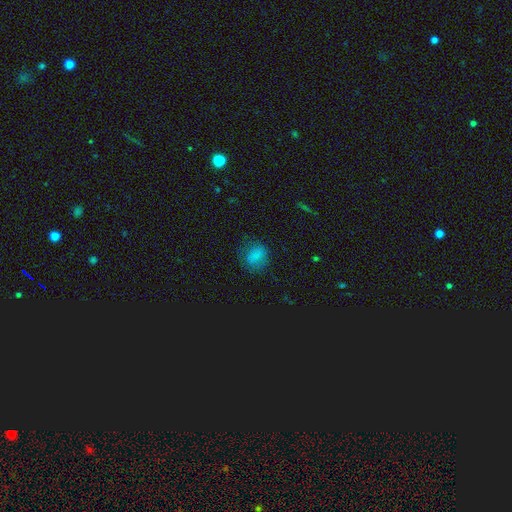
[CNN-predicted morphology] Smooth or featured?
  - smooth: 74% *
  - star or artifact: 15%
  - featured or disk: 11%
How rounded?
  - round: 57% *
  - in between: 41%
  - cigar-shaped: 2%
Merging?
  - none: 69% *
  - minor disturbance: 20%
  - major disturbance: 9%
  - merger: 1%